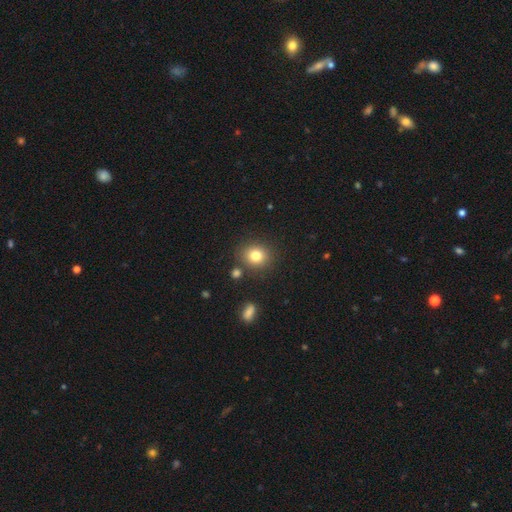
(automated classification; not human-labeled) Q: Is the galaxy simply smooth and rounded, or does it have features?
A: smooth — 79%.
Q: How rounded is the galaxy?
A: round — 76%.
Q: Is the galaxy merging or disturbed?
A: none — 82%.